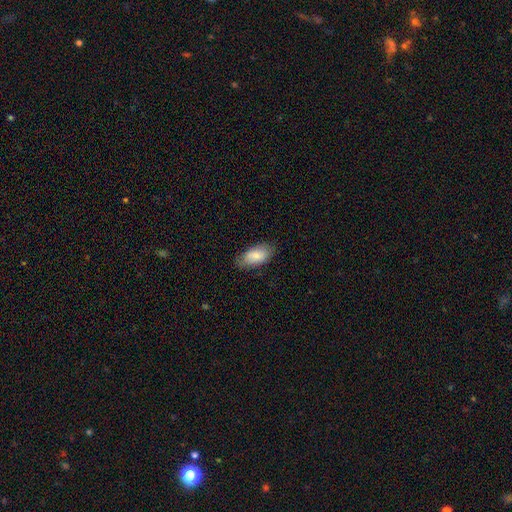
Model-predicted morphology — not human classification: Smooth or featured? Predicted: smooth (p=0.81). How rounded? Predicted: in between (p=0.93). Merging? Predicted: none (p=0.79).